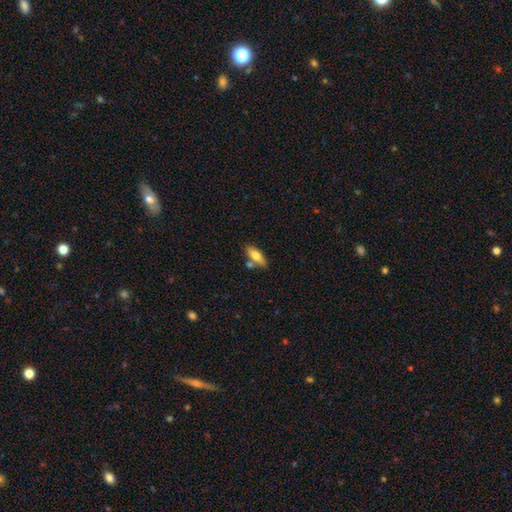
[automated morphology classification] A smooth galaxy with no disk features (69%) that is in between round and cigar-shaped (62%).

Vote fractions:
- Smooth or featured? smooth: 69% / featured or disk: 25% / star or artifact: 6%
- How rounded? in between: 62% / cigar-shaped: 35% / round: 3%
- Merging? none: 68% / merger: 16% / minor disturbance: 13% / major disturbance: 3%